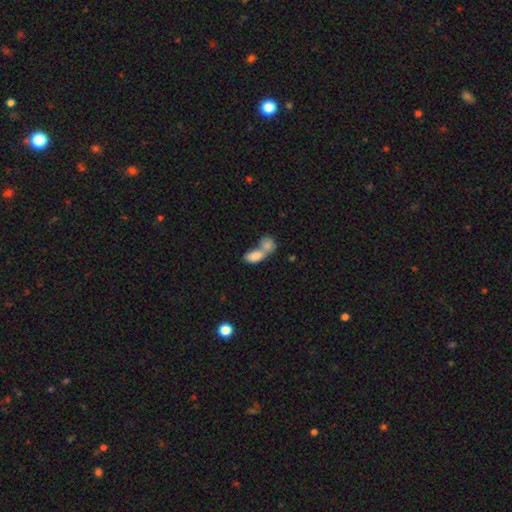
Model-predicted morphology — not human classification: smooth-or-featured: smooth: 84% | featured or disk: 9% | star or artifact: 7%
  how-rounded: in between: 88% | round: 9% | cigar-shaped: 3%
  merging: merger: 71% | none: 20% | minor disturbance: 6% | major disturbance: 3%